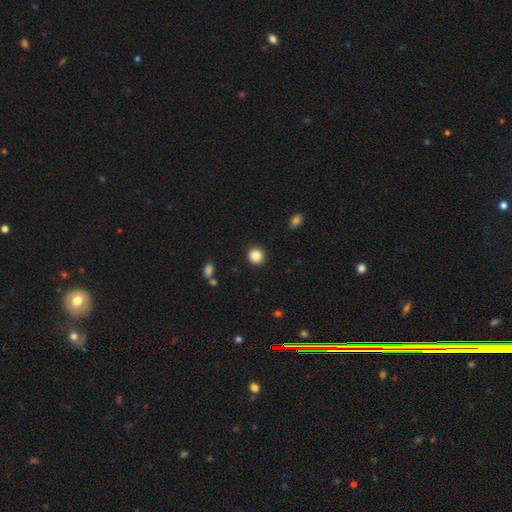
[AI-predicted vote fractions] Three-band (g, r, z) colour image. It shows a smooth galaxy with no disk features (87%) that is round (88%). Merging: none (91%).